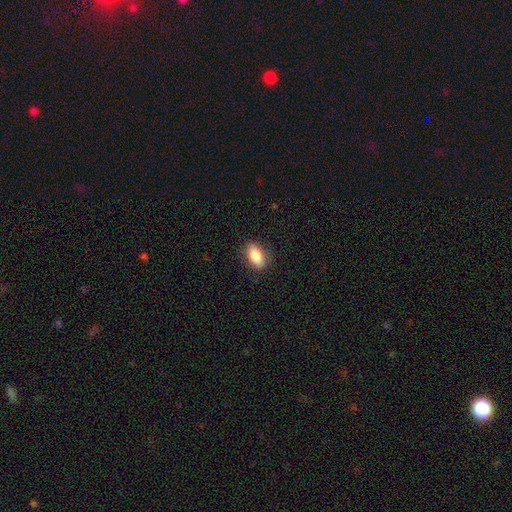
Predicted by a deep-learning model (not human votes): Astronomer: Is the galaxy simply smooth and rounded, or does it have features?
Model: smooth — 86%.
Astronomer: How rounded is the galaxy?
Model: in between — 88%.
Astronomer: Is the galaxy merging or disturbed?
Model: none — 85%.